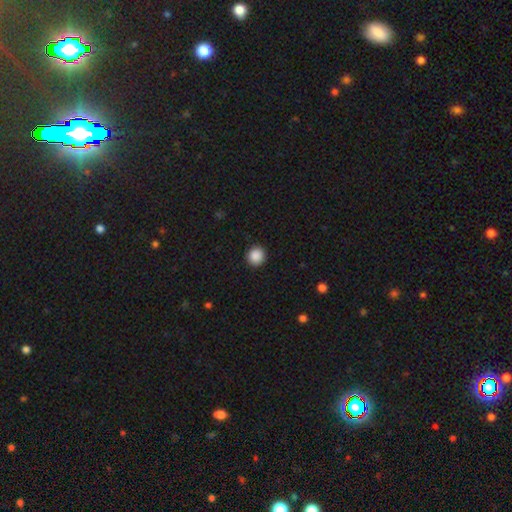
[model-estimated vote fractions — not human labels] smooth-or-featured: smooth: 89% | star or artifact: 9% | featured or disk: 3%
  how-rounded: round: 92% | in between: 7% | cigar-shaped: 1%
  merging: none: 92% | minor disturbance: 5% | major disturbance: 2% | merger: 1%